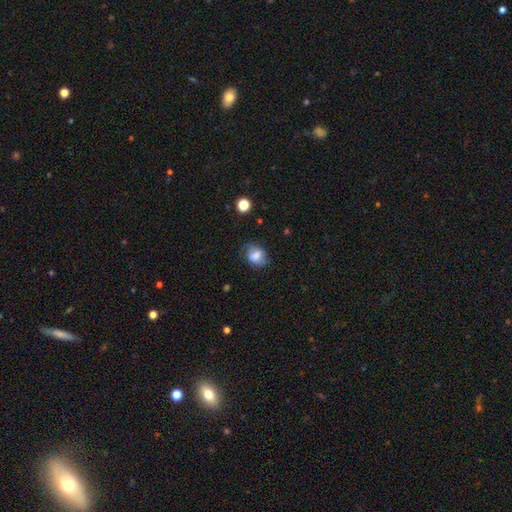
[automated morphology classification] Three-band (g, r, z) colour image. It shows a smooth galaxy with no disk features (74%) that is in between round and cigar-shaped (59%). Merging: none (71%).